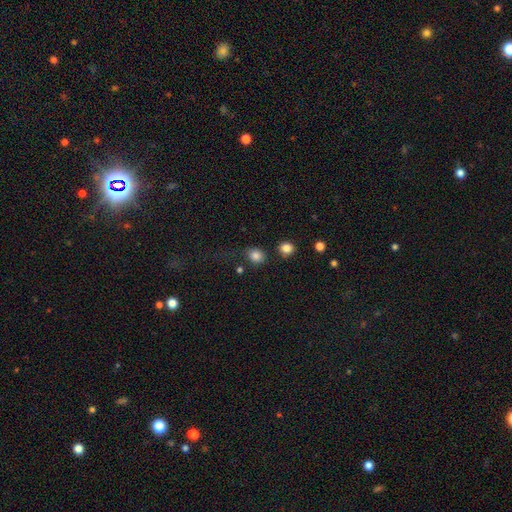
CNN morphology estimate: Smooth or featured?
  - smooth: 83% *
  - star or artifact: 12%
  - featured or disk: 5%
How rounded?
  - round: 71% *
  - in between: 27%
  - cigar-shaped: 1%
Merging?
  - none: 70% *
  - minor disturbance: 16%
  - merger: 8%
  - major disturbance: 6%